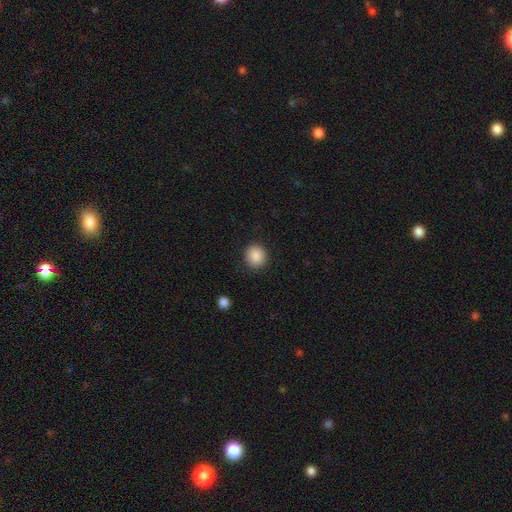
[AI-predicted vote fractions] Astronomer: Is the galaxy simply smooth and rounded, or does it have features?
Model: smooth — 88%.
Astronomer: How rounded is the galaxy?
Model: round — 89%.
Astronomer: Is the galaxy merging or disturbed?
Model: none — 90%.